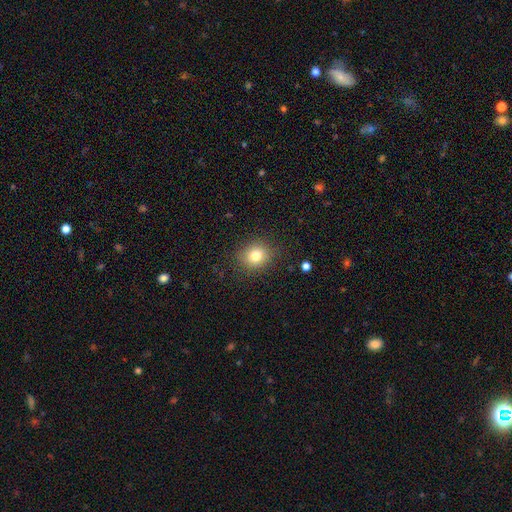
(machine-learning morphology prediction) A smooth galaxy with no disk features (80%) that is round (68%). Merging: none (86%).